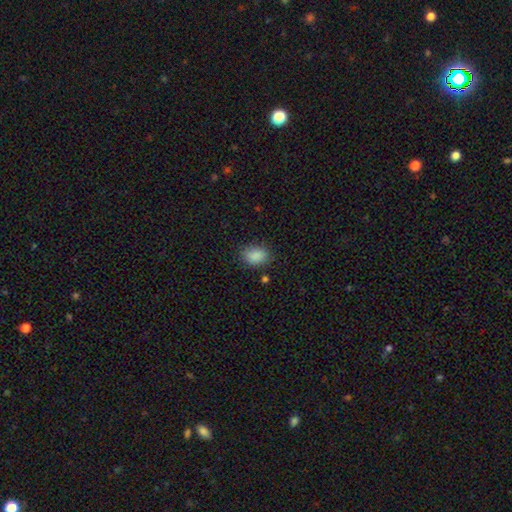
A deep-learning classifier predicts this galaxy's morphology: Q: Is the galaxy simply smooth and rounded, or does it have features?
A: smooth — 87%.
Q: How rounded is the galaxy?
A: in between — 77%.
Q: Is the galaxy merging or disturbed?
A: none — 80%.